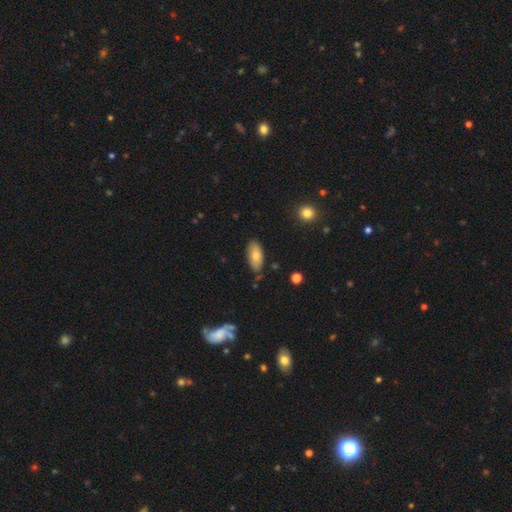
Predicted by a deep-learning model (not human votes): Q: Smooth or featured?
A: smooth (75%); runner-up: featured or disk (18%)
Q: How rounded?
A: in between (90%); runner-up: cigar-shaped (7%)
Q: Merging?
A: none (79%); runner-up: minor disturbance (16%)